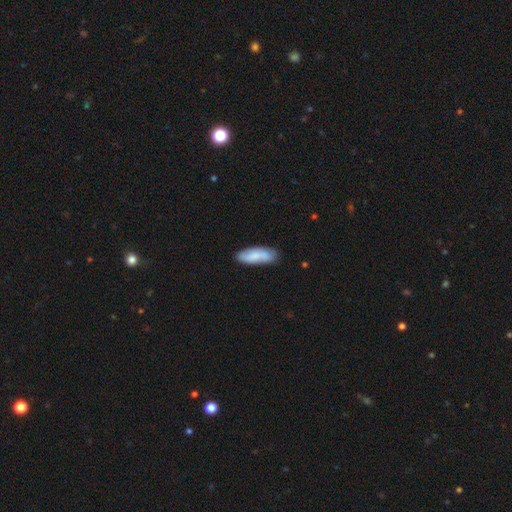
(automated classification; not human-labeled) Smooth or featured: smooth — 74% (featured or disk — 20%)
How rounded: in between — 63% (cigar-shaped — 36%)
Merging: none — 77% (minor disturbance — 17%)